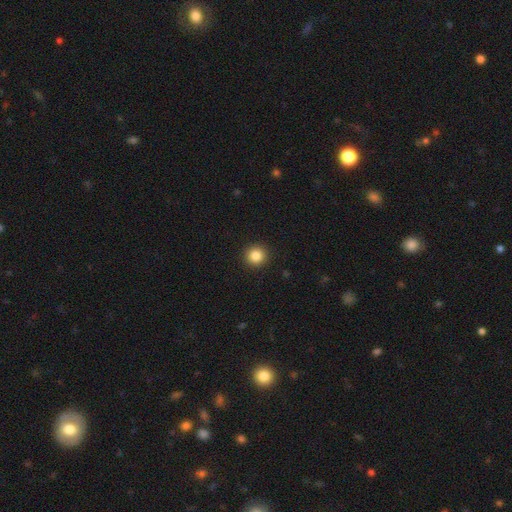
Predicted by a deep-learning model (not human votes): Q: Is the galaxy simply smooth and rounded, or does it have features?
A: smooth — 86%.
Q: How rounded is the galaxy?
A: round — 94%.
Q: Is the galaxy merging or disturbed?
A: none — 93%.